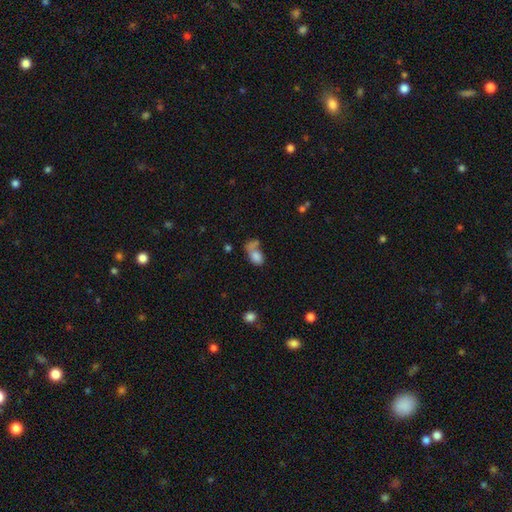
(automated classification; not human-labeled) This appears to be a smooth galaxy with no disk features (75%) that is in between round and cigar-shaped (81%). Merging: merger (40%).